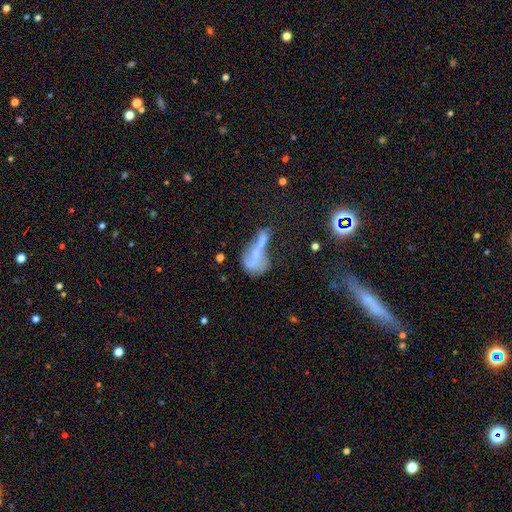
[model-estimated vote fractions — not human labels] A featured or disk galaxy (44%). Merging: merger (53%).